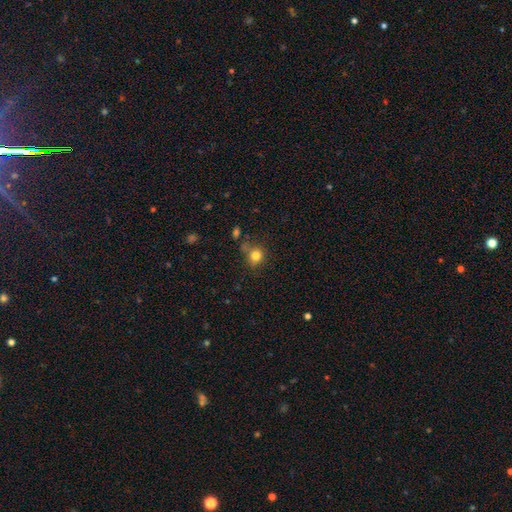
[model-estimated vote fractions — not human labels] A smooth galaxy with no disk features (81%) that is round (81%).

Vote fractions:
- Smooth or featured? smooth: 81% / star or artifact: 12% / featured or disk: 7%
- How rounded? round: 81% / in between: 18% / cigar-shaped: 1%
- Merging? none: 64% / minor disturbance: 20% / merger: 9% / major disturbance: 7%